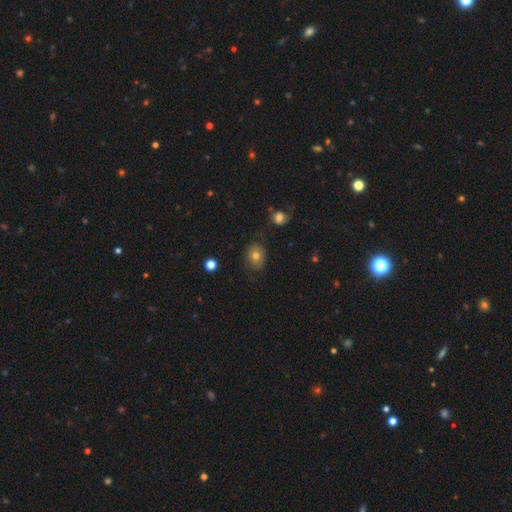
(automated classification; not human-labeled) This appears to be a smooth galaxy with no disk features (72%) that is in between round and cigar-shaped (52%). Merging: none (74%).